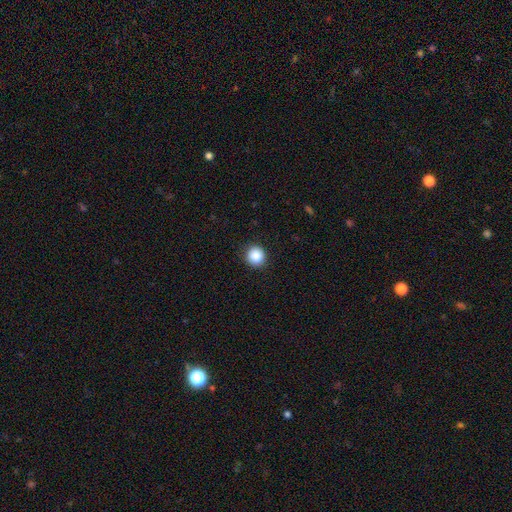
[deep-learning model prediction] Smooth or featured?
  - smooth: 88% *
  - star or artifact: 9%
  - featured or disk: 3%
How rounded?
  - round: 93% *
  - in between: 6%
  - cigar-shaped: 1%
Merging?
  - none: 91% *
  - minor disturbance: 6%
  - major disturbance: 2%
  - merger: 1%